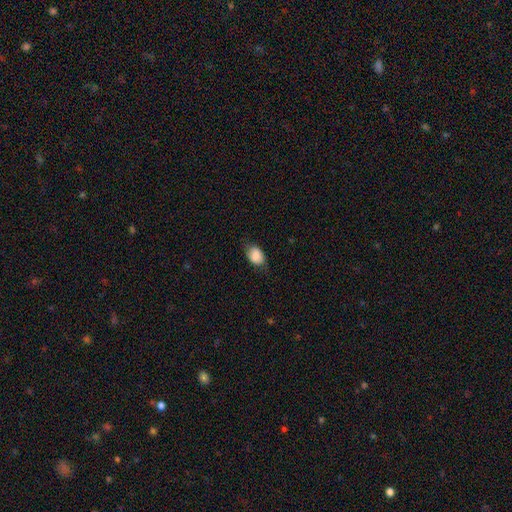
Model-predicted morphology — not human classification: type=smooth (85%); roundness=in between (78%); merging=none (70%).